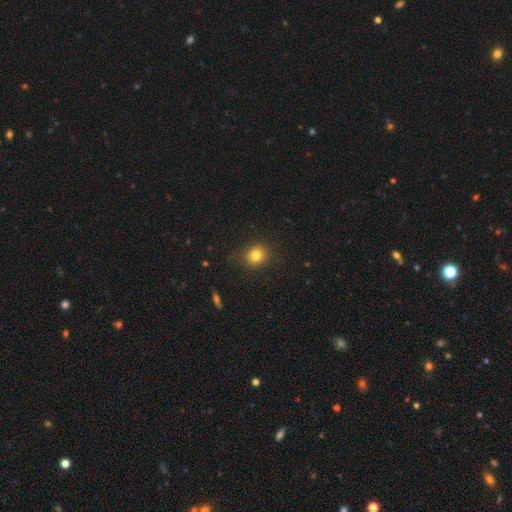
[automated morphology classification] Smooth or featured: smooth — 81% (star or artifact — 12%)
How rounded: round — 79% (in between — 20%)
Merging: none — 85% (minor disturbance — 11%)